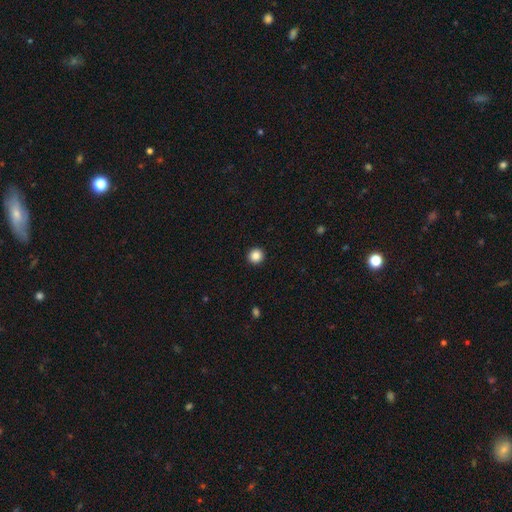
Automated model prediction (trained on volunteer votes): The model was most divided on "smooth or featured": smooth: 87%, star or artifact: 10%, featured or disk: 3%. More confident: how rounded — round (95%); merging — none (94%).